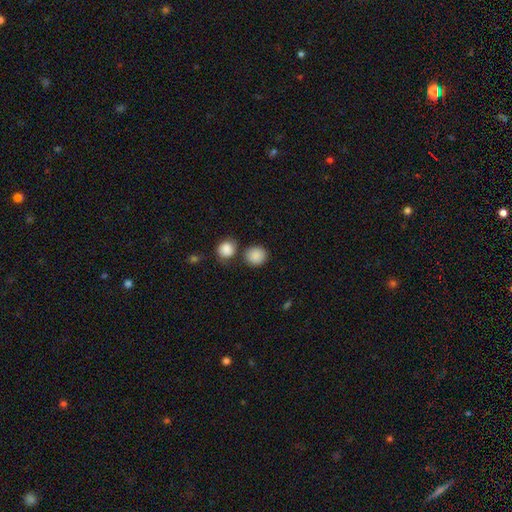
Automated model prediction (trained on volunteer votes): This appears to be a smooth galaxy with no disk features (88%) that is round (88%). Merging: none (74%).